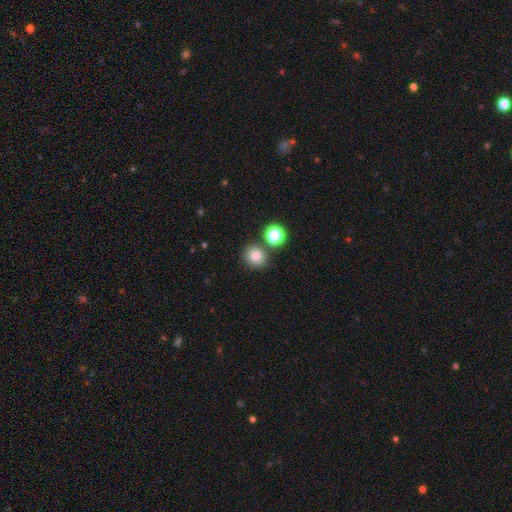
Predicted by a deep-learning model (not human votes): A smooth galaxy with no disk features (81%) that is round (89%).

Vote fractions:
- Smooth or featured? smooth: 81% / star or artifact: 13% / featured or disk: 6%
- How rounded? round: 89% / in between: 10% / cigar-shaped: 1%
- Merging? none: 79% / merger: 11% / minor disturbance: 8% / major disturbance: 3%